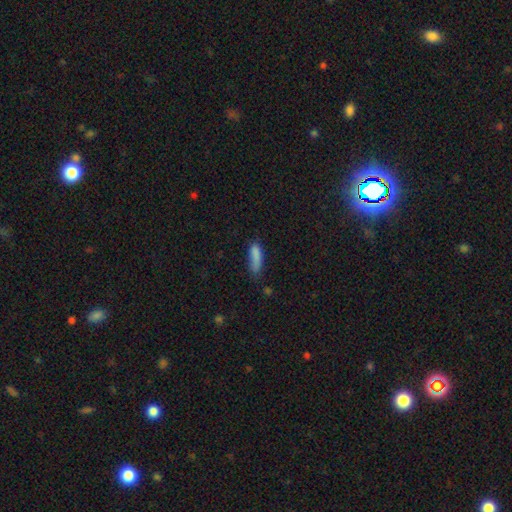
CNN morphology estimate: smooth_or_featured: smooth (p=0.83) [alt: star or artifact p=0.09]
how_rounded: cigar-shaped (p=0.52) [alt: in between p=0.46]
merging: none (p=0.52) [alt: minor disturbance p=0.32]